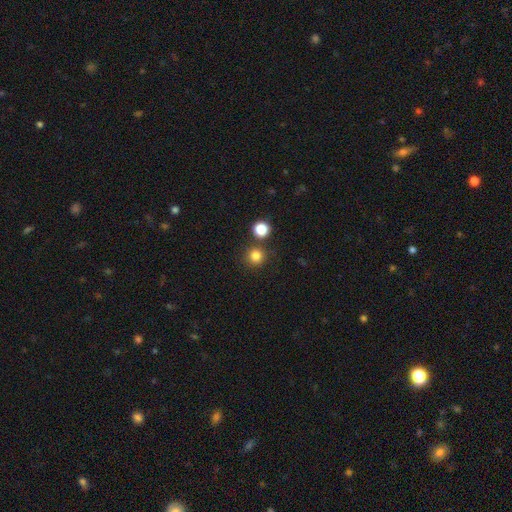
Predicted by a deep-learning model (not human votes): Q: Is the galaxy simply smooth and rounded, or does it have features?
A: smooth — 82%.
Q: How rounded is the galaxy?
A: round — 94%.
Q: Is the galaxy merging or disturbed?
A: none — 80%.